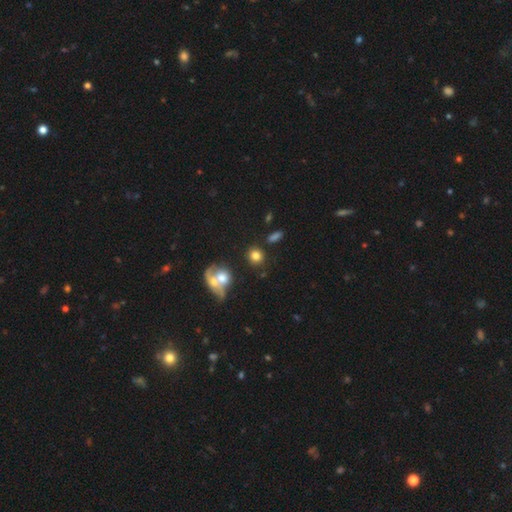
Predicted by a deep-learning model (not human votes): smooth 79%, star or artifact 11%, featured or disk 10%. Down the decision tree: how rounded — round (81%); merging — none (71%).